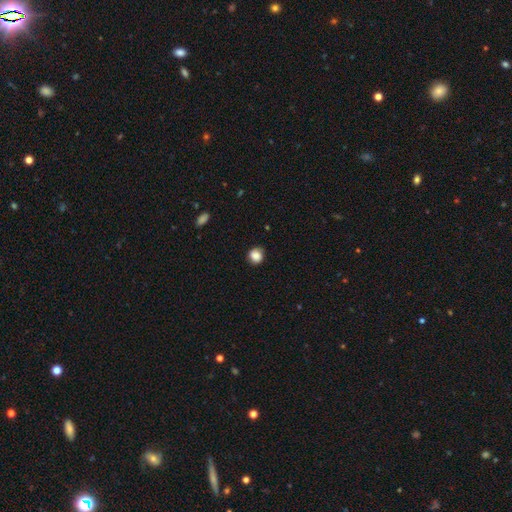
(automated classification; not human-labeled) Morphology: type=smooth (86%); roundness=round (80%); merging=none (81%).